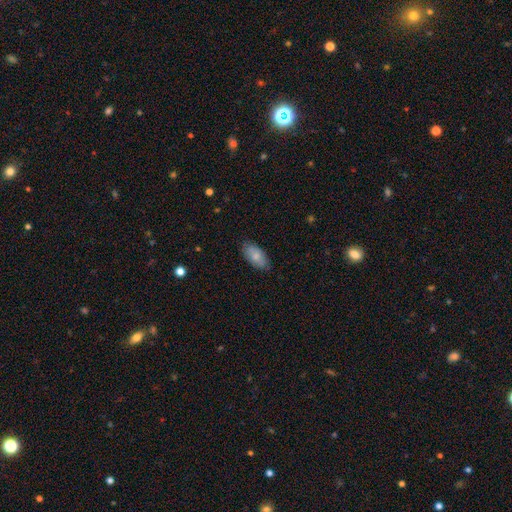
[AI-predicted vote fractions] Smooth or featured?
  - smooth: 77% *
  - featured or disk: 17%
  - star or artifact: 6%
How rounded?
  - in between: 94% *
  - cigar-shaped: 3%
  - round: 3%
Merging?
  - none: 82% *
  - minor disturbance: 15%
  - major disturbance: 3%
  - merger: 1%